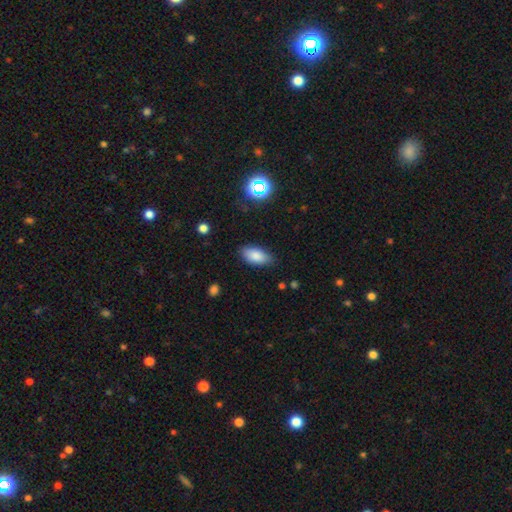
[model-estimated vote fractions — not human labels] smooth-or-featured: smooth: 83% | star or artifact: 9% | featured or disk: 8%
  how-rounded: in between: 91% | cigar-shaped: 5% | round: 3%
  merging: none: 83% | minor disturbance: 13% | major disturbance: 3% | merger: 1%